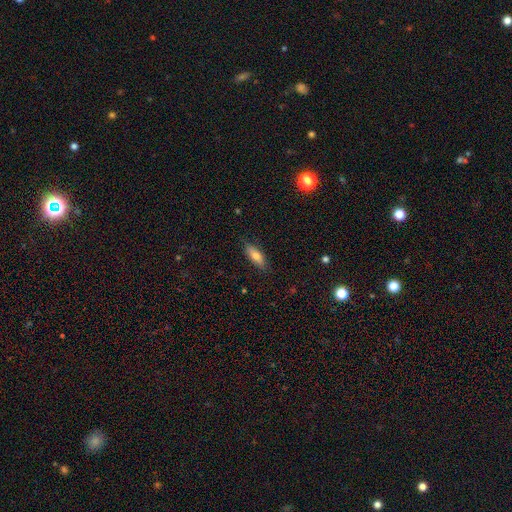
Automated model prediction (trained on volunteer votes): smooth_or_featured: smooth (p=0.76) [alt: featured or disk p=0.17]
how_rounded: in between (p=0.64) [alt: cigar-shaped p=0.34]
merging: none (p=0.85) [alt: minor disturbance p=0.11]